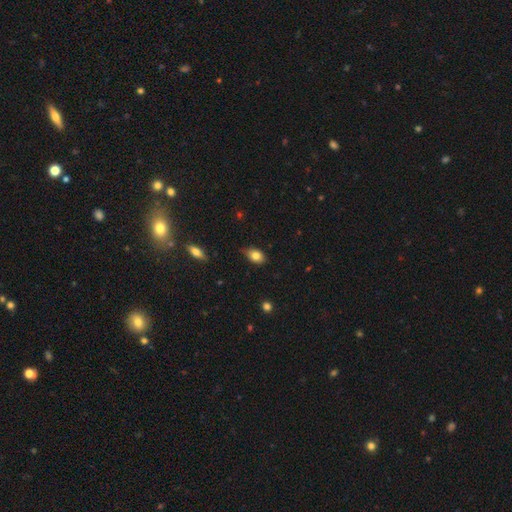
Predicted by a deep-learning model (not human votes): Morphology: type=smooth (81%); roundness=in between (84%); merging=none (66%).